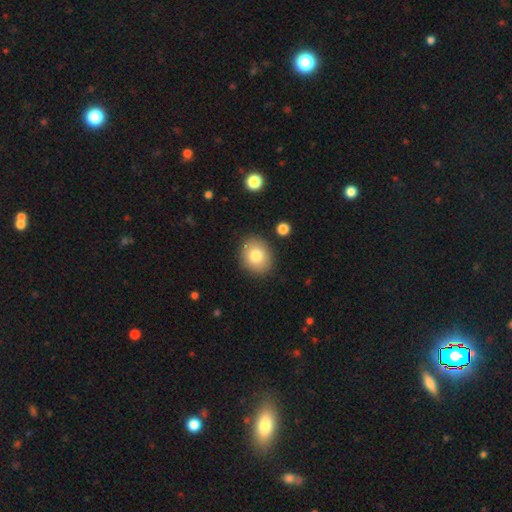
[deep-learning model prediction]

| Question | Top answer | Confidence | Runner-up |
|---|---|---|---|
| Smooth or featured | smooth | 78% | featured or disk (13%) |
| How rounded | round | 60% | in between (39%) |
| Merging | none | 87% | minor disturbance (9%) |